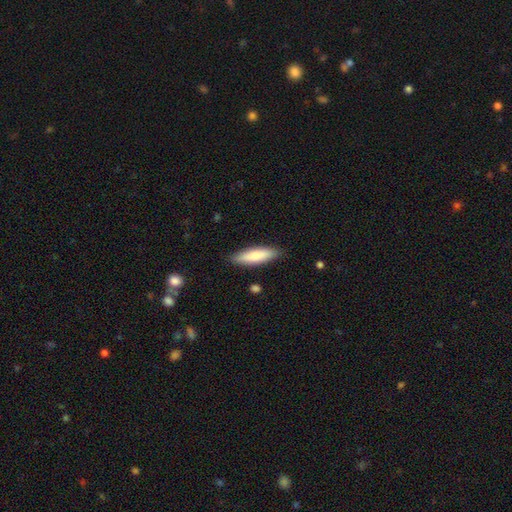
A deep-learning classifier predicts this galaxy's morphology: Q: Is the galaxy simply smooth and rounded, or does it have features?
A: smooth — 82%.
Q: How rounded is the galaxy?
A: cigar-shaped — 64%.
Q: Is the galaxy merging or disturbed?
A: none — 87%.